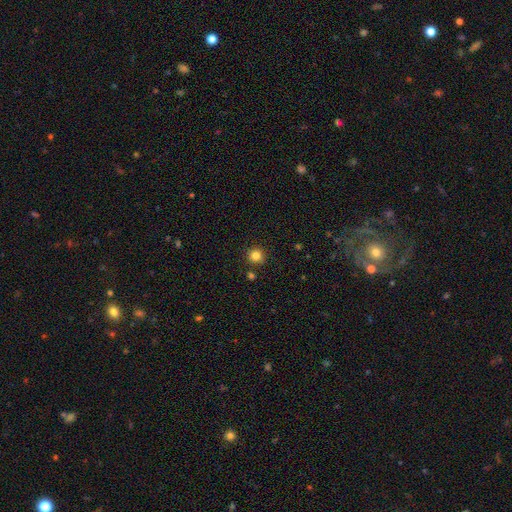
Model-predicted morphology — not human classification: Q: Smooth or featured?
A: smooth (83%); runner-up: star or artifact (13%)
Q: How rounded?
A: round (94%); runner-up: in between (5%)
Q: Merging?
A: none (89%); runner-up: minor disturbance (6%)